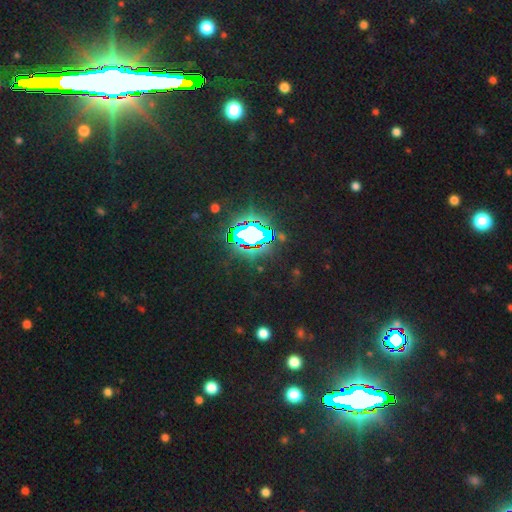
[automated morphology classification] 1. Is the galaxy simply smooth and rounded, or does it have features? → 85% star or artifact, 8% smooth, 7% featured or disk.